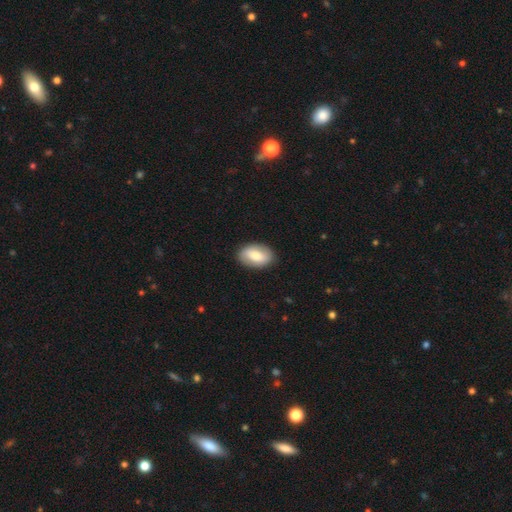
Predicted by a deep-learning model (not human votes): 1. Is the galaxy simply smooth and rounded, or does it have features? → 69% smooth, 25% featured or disk, 6% star or artifact.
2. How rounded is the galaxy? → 91% in between, 8% round, 2% cigar-shaped.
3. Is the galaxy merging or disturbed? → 87% none, 10% minor disturbance, 2% major disturbance, 1% merger.